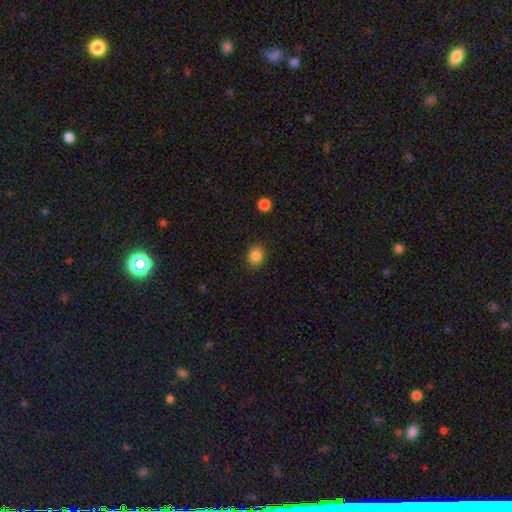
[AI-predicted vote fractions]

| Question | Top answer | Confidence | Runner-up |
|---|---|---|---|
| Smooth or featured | smooth | 85% | star or artifact (11%) |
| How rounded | round | 68% | in between (31%) |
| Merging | none | 89% | minor disturbance (8%) |